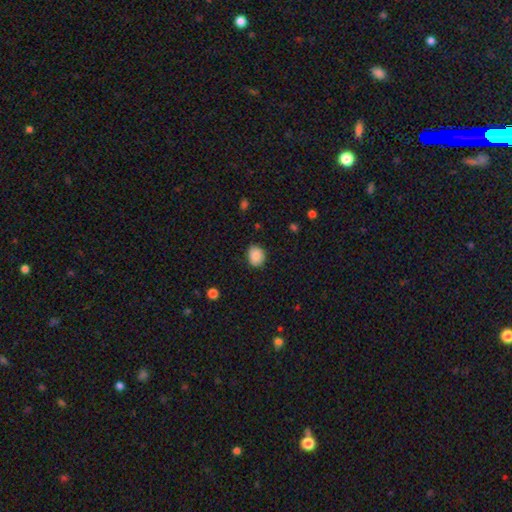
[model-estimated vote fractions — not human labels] Smooth or featured?
  - smooth: 88% *
  - star or artifact: 8%
  - featured or disk: 3%
How rounded?
  - round: 63% *
  - in between: 36%
  - cigar-shaped: 1%
Merging?
  - none: 82% *
  - minor disturbance: 14%
  - major disturbance: 3%
  - merger: 1%